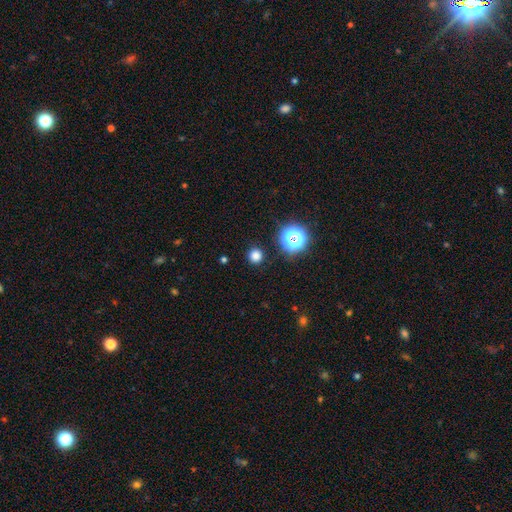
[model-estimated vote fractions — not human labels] Smooth or featured: smooth — 78% (star or artifact — 18%)
How rounded: round — 95% (in between — 4%)
Merging: none — 91% (minor disturbance — 5%)